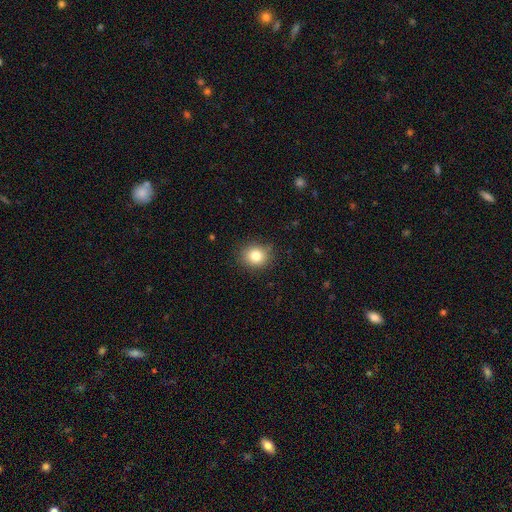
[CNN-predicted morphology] Q: Smooth or featured?
A: smooth (82%); runner-up: star or artifact (11%)
Q: How rounded?
A: round (80%); runner-up: in between (20%)
Q: Merging?
A: none (88%); runner-up: minor disturbance (9%)